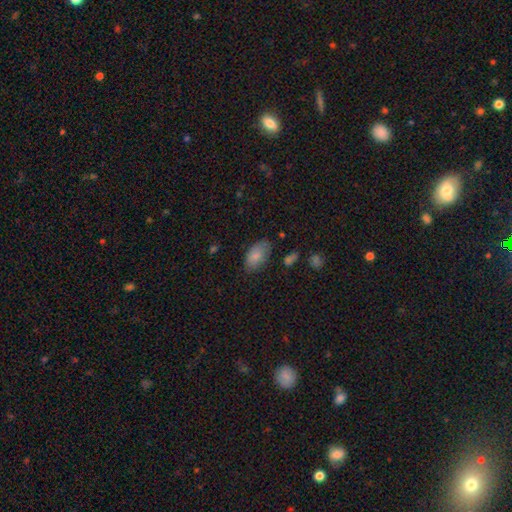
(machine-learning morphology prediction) Smooth or featured: smooth — 84% (featured or disk — 9%)
How rounded: in between — 94% (round — 4%)
Merging: none — 74% (minor disturbance — 19%)